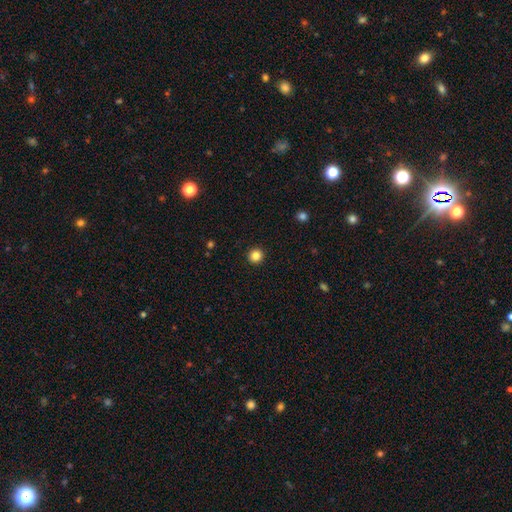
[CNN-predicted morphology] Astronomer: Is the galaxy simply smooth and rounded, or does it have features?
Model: smooth — 84%.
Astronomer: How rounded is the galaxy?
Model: round — 95%.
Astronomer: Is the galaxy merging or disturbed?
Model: none — 94%.